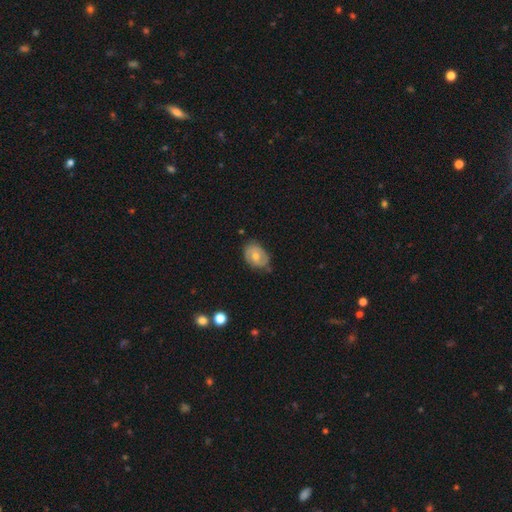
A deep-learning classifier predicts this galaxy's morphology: Overall: smooth (47%; featured or disk 46%). Merging: none (69%).